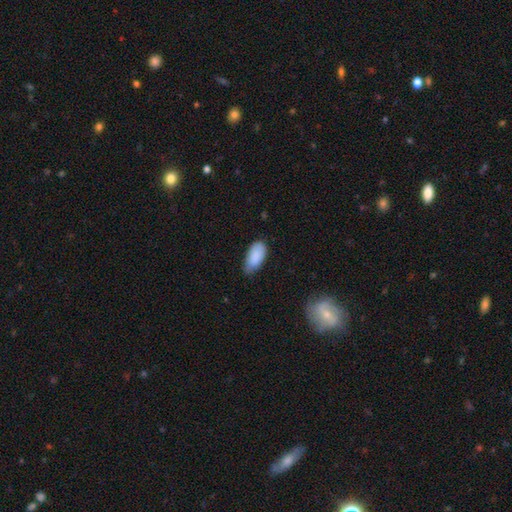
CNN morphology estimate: Smooth or featured: smooth — 87% (featured or disk — 6%)
How rounded: in between — 94% (cigar-shaped — 4%)
Merging: none — 56% (minor disturbance — 37%)